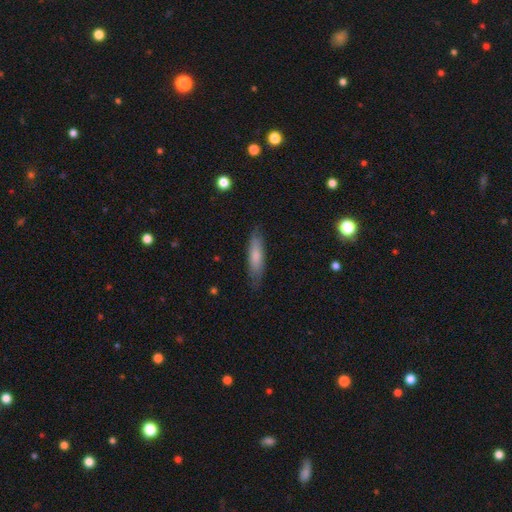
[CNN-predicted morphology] Smooth or featured? Predicted: smooth (p=0.71). How rounded? Predicted: cigar-shaped (p=0.70). Merging? Predicted: none (p=0.80).